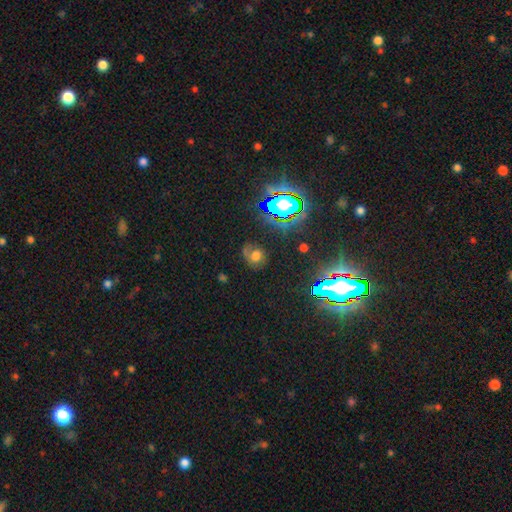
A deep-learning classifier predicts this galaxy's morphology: Overall: smooth (45%; featured or disk 29%). Merging: none (59%; minor disturbance 21%).